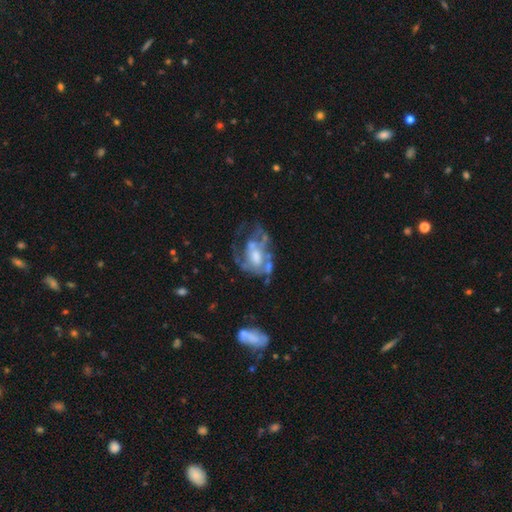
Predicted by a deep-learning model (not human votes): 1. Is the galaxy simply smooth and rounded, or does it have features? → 71% featured or disk, 20% smooth, 9% star or artifact.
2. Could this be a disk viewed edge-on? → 97% no, 3% yes.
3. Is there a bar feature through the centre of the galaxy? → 68% no, 26% weak, 7% strong.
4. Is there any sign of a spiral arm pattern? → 53% no, 47% yes.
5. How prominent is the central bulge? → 47% moderate, 20% large, 18% small, 13% none, 2% dominant.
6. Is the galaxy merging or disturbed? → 39% major disturbance, 30% none, 20% minor disturbance, 11% merger.